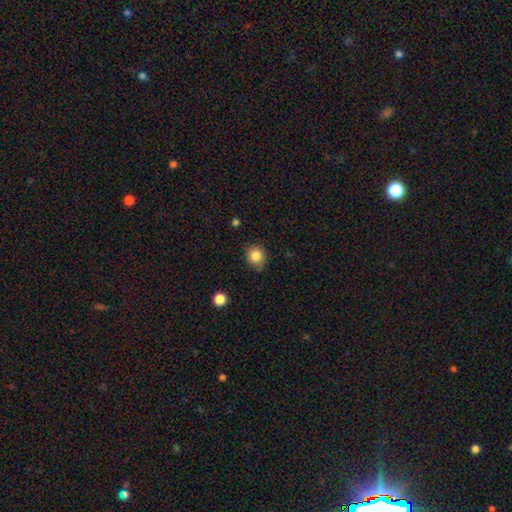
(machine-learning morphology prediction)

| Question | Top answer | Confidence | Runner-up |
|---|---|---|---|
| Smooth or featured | smooth | 84% | star or artifact (10%) |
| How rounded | round | 80% | in between (19%) |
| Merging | none | 79% | minor disturbance (16%) |